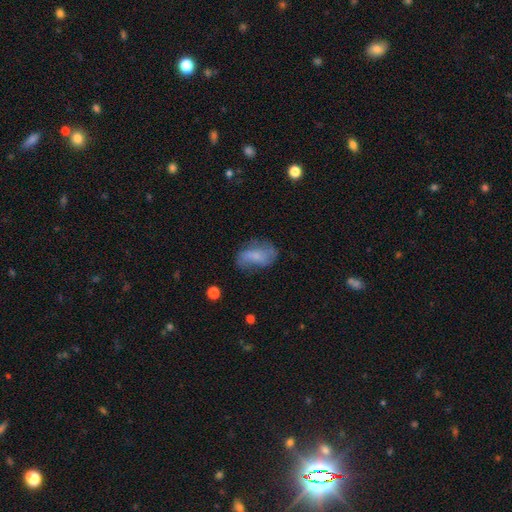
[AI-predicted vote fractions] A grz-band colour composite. It shows a smooth galaxy with no disk features (48%). Merging: none (56%).